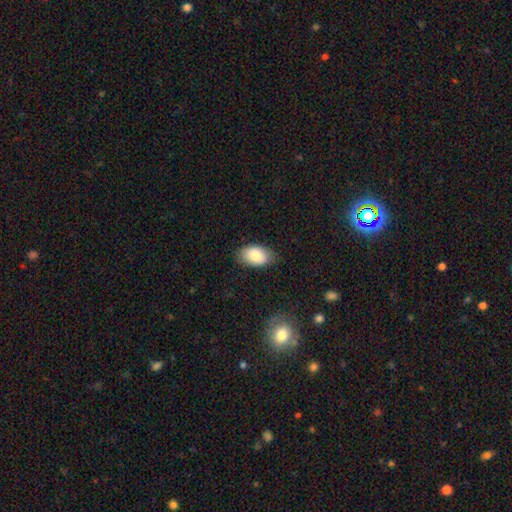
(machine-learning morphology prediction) The model was most divided on "merging": none: 77%, minor disturbance: 18%, major disturbance: 4%, merger: 1%. More confident: how rounded — in between (92%); smooth or featured — smooth (84%).